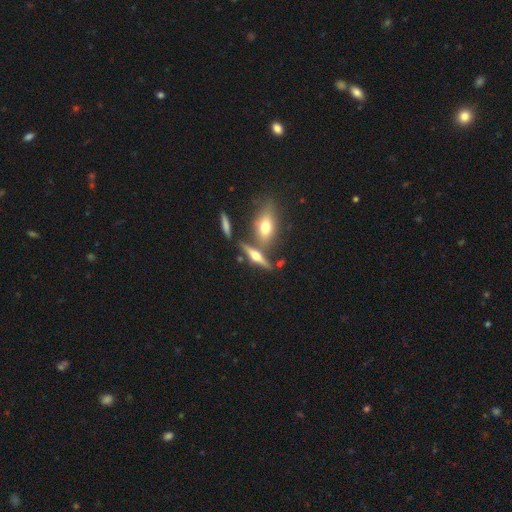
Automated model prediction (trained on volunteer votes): featured or disk 67%, smooth 24%, star or artifact 9%. Down the decision tree: edge-on disk — yes (95%); edge-on bulge — rounded (94%); merging — none (69%).